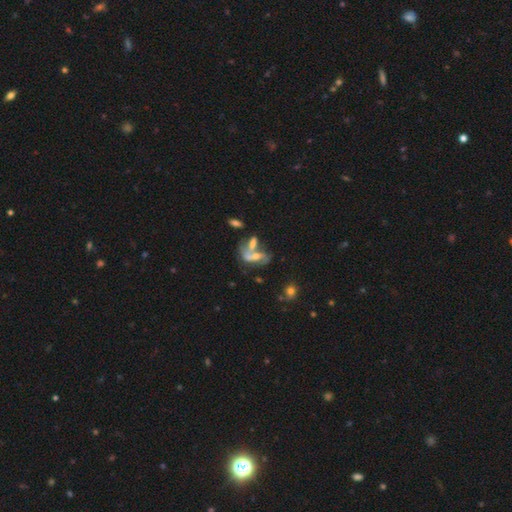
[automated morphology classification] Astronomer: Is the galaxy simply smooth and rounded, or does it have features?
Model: featured or disk — 61%.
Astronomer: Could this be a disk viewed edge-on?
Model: no — 88%.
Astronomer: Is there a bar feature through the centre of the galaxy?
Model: no — 47% (runner-up: weak, 31%).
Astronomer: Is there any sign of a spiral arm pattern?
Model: yes — 64%.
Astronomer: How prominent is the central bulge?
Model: small — 38% (runner-up: moderate, 35%).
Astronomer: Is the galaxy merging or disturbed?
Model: merger — 47% (runner-up: none, 26%).